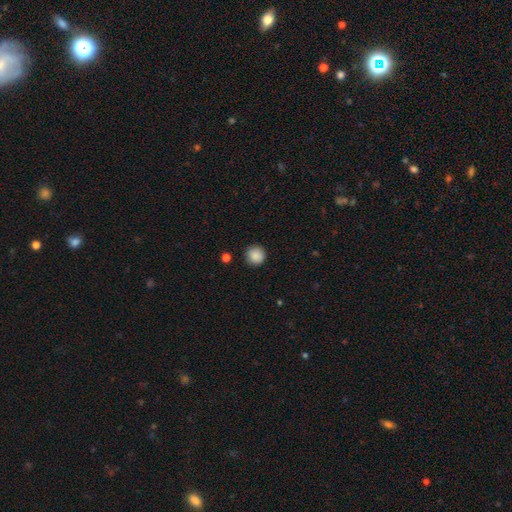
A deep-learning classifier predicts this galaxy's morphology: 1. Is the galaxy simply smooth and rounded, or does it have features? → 88% smooth, 9% star or artifact, 3% featured or disk.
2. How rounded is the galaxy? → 95% round, 4% in between, 1% cigar-shaped.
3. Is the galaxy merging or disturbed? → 91% none, 6% minor disturbance, 2% major disturbance, 1% merger.